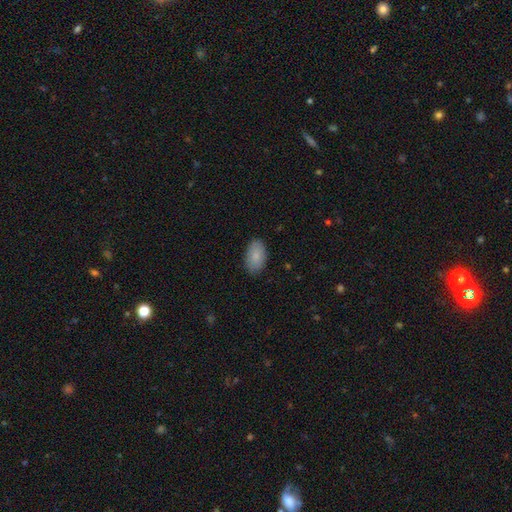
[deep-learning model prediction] Smooth or featured: smooth — 86% (featured or disk — 7%)
How rounded: in between — 94% (round — 5%)
Merging: none — 86% (minor disturbance — 11%)